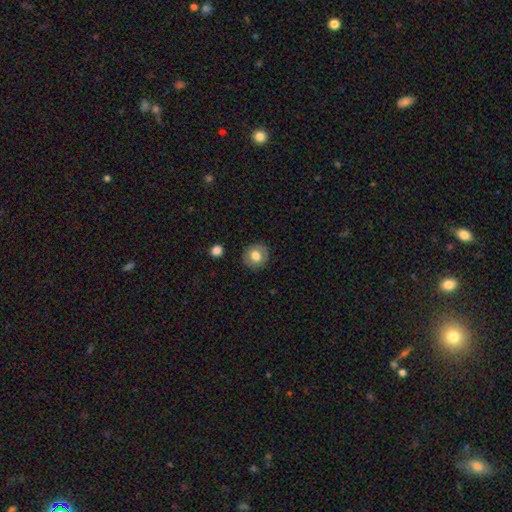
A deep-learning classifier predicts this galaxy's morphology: Smooth or featured: smooth — 75% (featured or disk — 16%)
How rounded: round — 86% (in between — 13%)
Merging: none — 88% (minor disturbance — 9%)